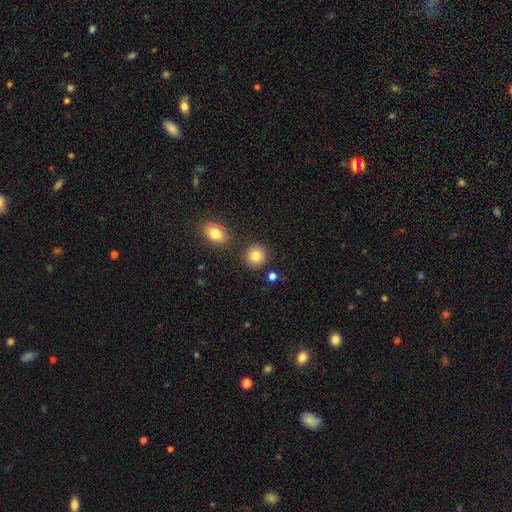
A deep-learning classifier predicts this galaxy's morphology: smooth-or-featured: smooth: 83% | star or artifact: 10% | featured or disk: 7%
  how-rounded: round: 89% | in between: 10% | cigar-shaped: 1%
  merging: none: 86% | minor disturbance: 7% | merger: 4% | major disturbance: 2%